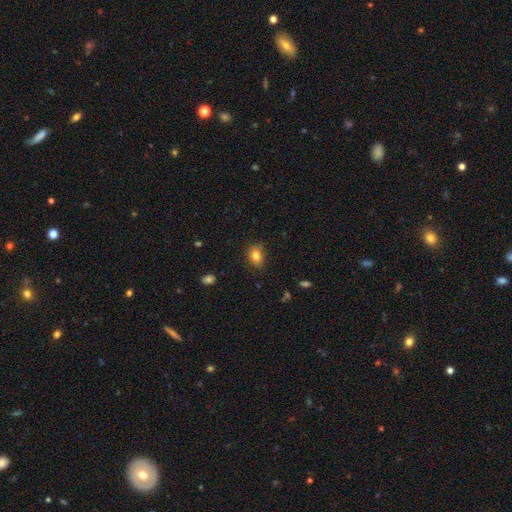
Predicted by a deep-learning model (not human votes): A smooth galaxy with no disk features (82%) that is in between round and cigar-shaped (56%). Merging: none (81%).